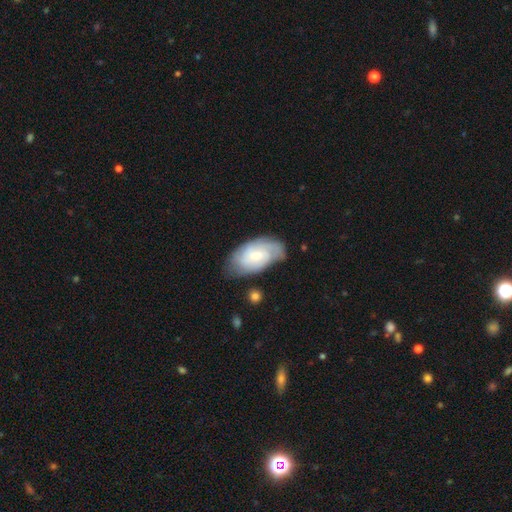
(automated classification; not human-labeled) Morphology: type=featured or disk (62%); edge-on=no (95%); bar=no (60%); spiral arms=yes (88%); winding=tight (56%); arm count=can't tell (44%); bulge=small (60%); merging=none (64%).